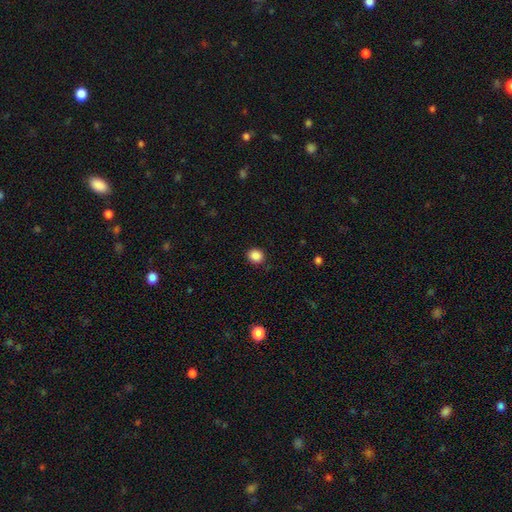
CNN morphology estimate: smooth_or_featured: smooth (p=0.87) [alt: star or artifact p=0.10]
how_rounded: round (p=0.81) [alt: in between p=0.18]
merging: none (p=0.90) [alt: minor disturbance p=0.07]